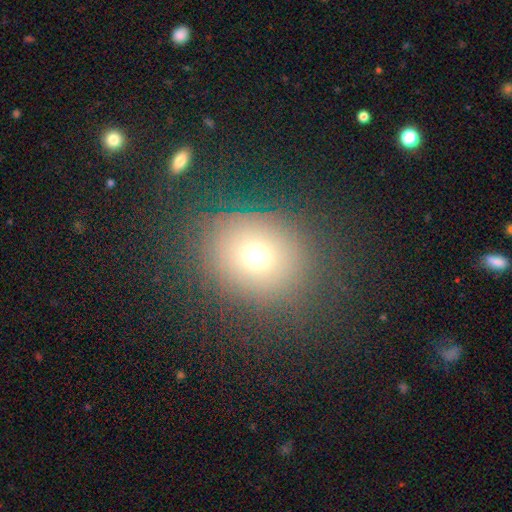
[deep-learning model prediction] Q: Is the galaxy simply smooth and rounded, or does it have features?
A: smooth — 69%.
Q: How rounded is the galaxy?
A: round — 67%.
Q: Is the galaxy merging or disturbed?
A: none — 82%.